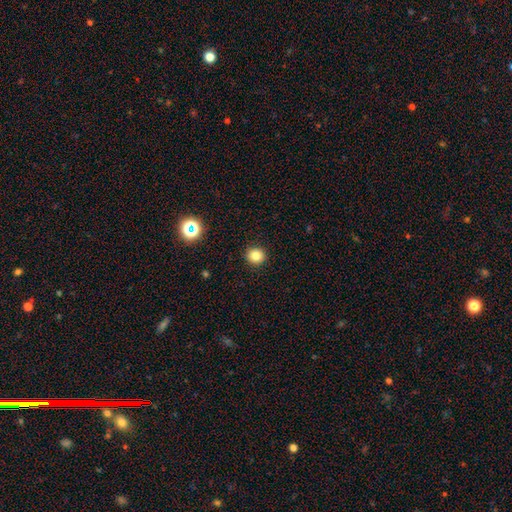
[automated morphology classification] smooth 81%, star or artifact 13%, featured or disk 6%. Down the decision tree: how rounded — round (90%); merging — none (92%).